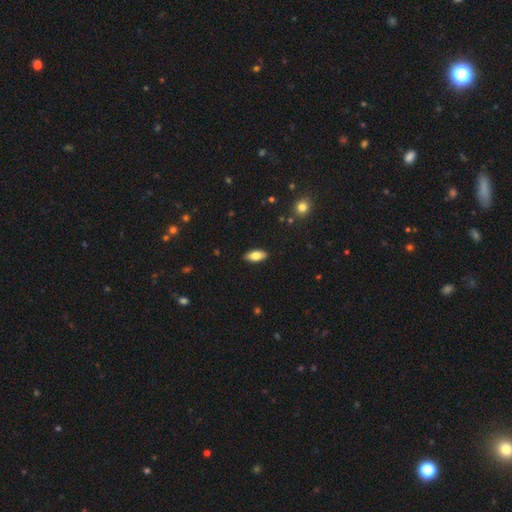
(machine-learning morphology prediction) A smooth galaxy with no disk features (76%) that is in between round and cigar-shaped (87%).

Vote fractions:
- Smooth or featured? smooth: 76% / featured or disk: 18% / star or artifact: 7%
- How rounded? in between: 87% / cigar-shaped: 10% / round: 2%
- Merging? none: 89% / minor disturbance: 8% / major disturbance: 2% / merger: 1%